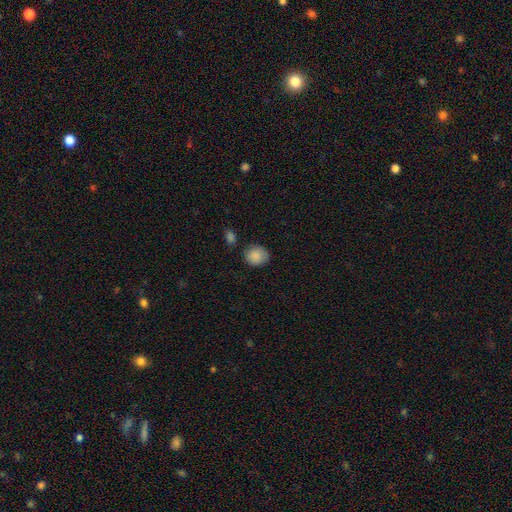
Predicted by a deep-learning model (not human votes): Smooth or featured? smooth (88%)
How rounded? round (70%)
Merging? none (74%)